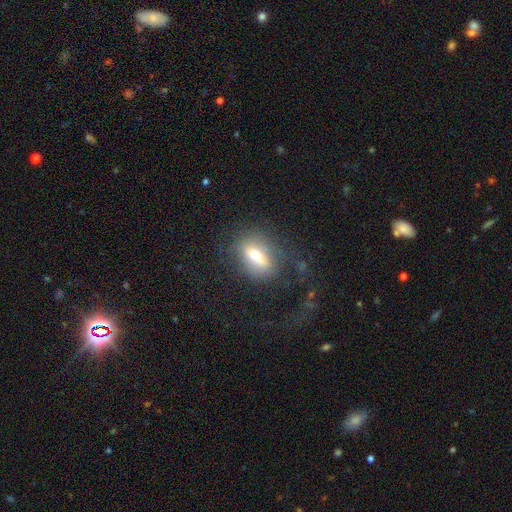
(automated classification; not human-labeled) Smooth or featured?
  - smooth: 61% *
  - featured or disk: 29%
  - star or artifact: 10%
How rounded?
  - in between: 75% *
  - cigar-shaped: 12%
  - round: 12%
Merging?
  - none: 61% *
  - minor disturbance: 20%
  - major disturbance: 16%
  - merger: 3%